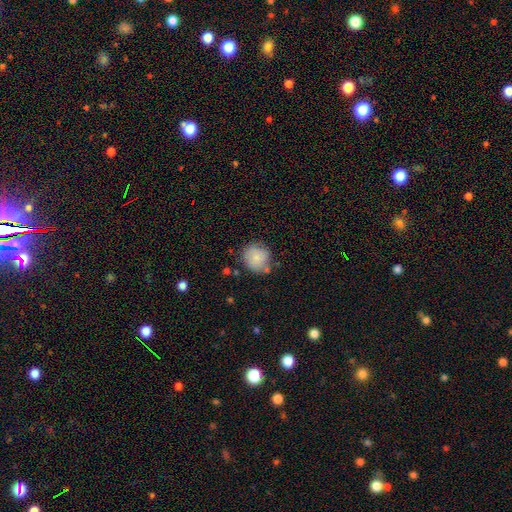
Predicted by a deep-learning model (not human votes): Smooth or featured?
  - smooth: 82% *
  - featured or disk: 10%
  - star or artifact: 8%
How rounded?
  - round: 83% *
  - in between: 16%
  - cigar-shaped: 1%
Merging?
  - none: 70% *
  - minor disturbance: 19%
  - merger: 6%
  - major disturbance: 5%